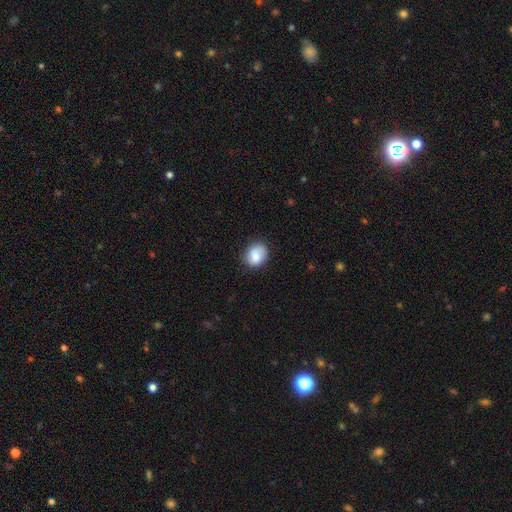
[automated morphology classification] smooth-or-featured: smooth: 80% | featured or disk: 12% | star or artifact: 8%
  how-rounded: round: 57% | in between: 42% | cigar-shaped: 1%
  merging: none: 78% | minor disturbance: 17% | major disturbance: 3% | merger: 1%